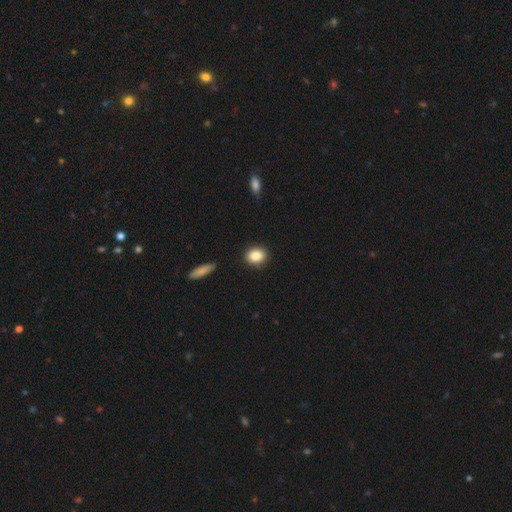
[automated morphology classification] A smooth galaxy with no disk features (87%) that is round (50%). Merging: none (89%).